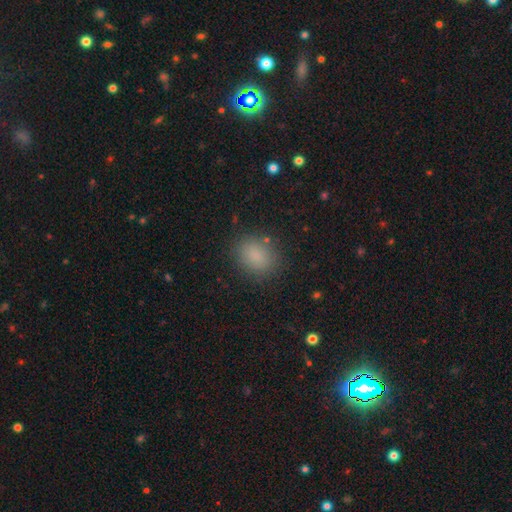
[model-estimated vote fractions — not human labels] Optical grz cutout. It shows a smooth galaxy with no disk features (85%) that is in between round and cigar-shaped (56%). Merging: none (86%).